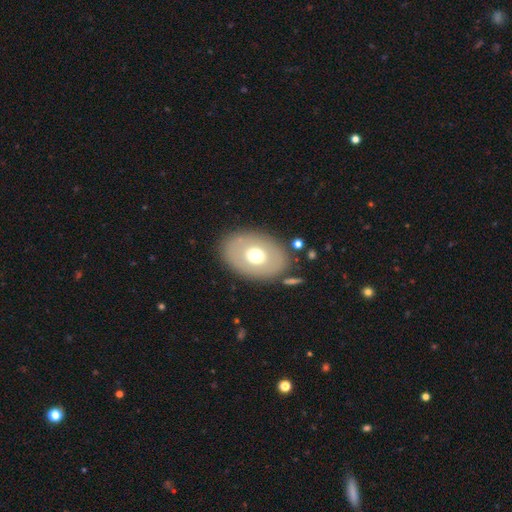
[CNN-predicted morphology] This is possibly a smooth galaxy (59%). How rounded: likely in between (76%). Merging: clearly none (84%).